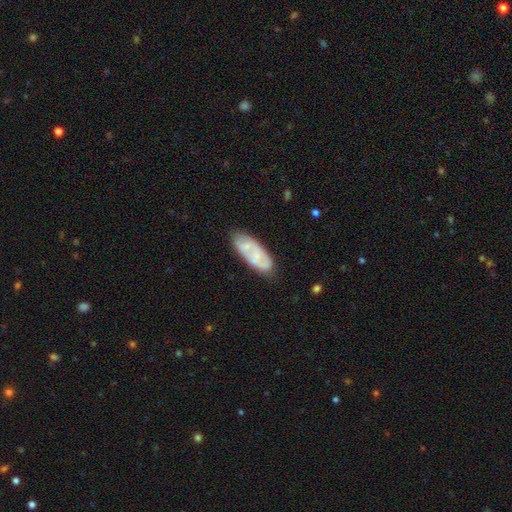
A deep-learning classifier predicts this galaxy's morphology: A featured or disk galaxy (50%).

Vote fractions:
- Smooth or featured? featured or disk: 50% / smooth: 44% / star or artifact: 6%
- Merging? none: 71% / minor disturbance: 21% / major disturbance: 5% / merger: 3%